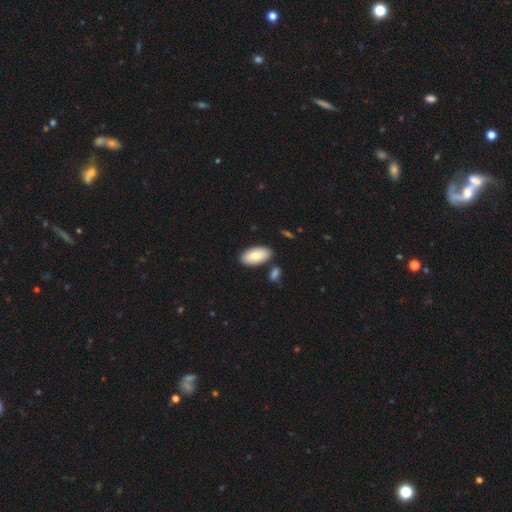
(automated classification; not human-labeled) Morphology: type=smooth (80%); roundness=in between (95%); merging=none (81%).